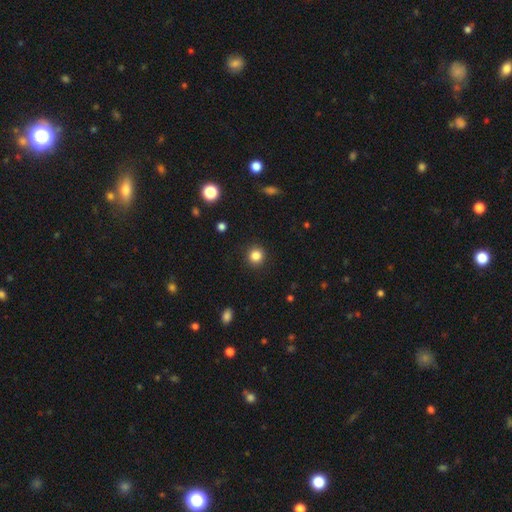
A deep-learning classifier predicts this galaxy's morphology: type=smooth (85%); roundness=round (91%); merging=none (91%).